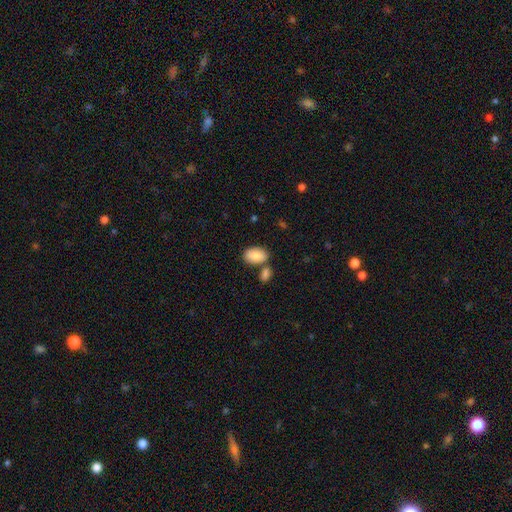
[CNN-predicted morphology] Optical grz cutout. It shows a smooth galaxy with no disk features (87%) that is in between round and cigar-shaped (93%). Merging: none (62%).